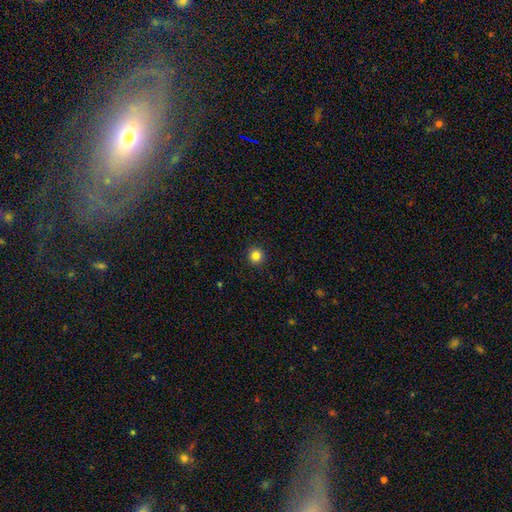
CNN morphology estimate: Smooth or featured?
  - smooth: 84% *
  - star or artifact: 11%
  - featured or disk: 5%
How rounded?
  - round: 94% *
  - in between: 5%
  - cigar-shaped: 1%
Merging?
  - none: 93% *
  - minor disturbance: 5%
  - major disturbance: 2%
  - merger: 1%